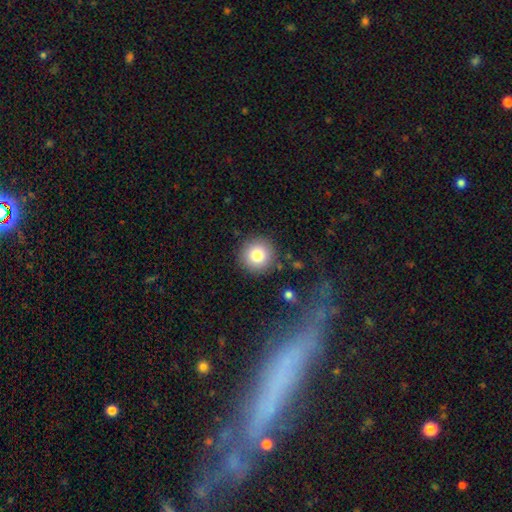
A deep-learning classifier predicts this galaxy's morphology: Overall: smooth (80%). How rounded: round (95%). Merging: none (89%).